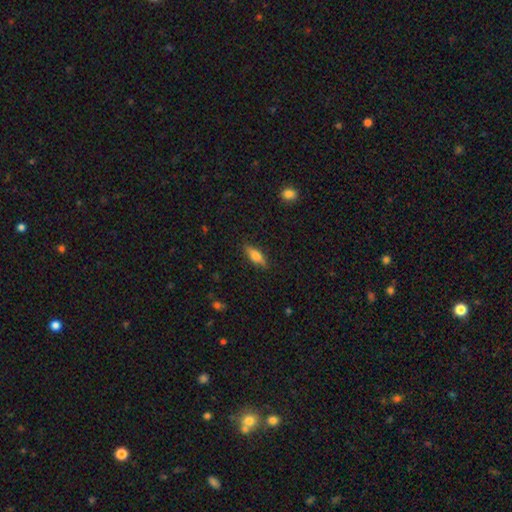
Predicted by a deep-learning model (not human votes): Q: Smooth or featured?
A: smooth (70%); runner-up: featured or disk (22%)
Q: How rounded?
A: in between (61%); runner-up: cigar-shaped (36%)
Q: Merging?
A: none (85%); runner-up: minor disturbance (11%)